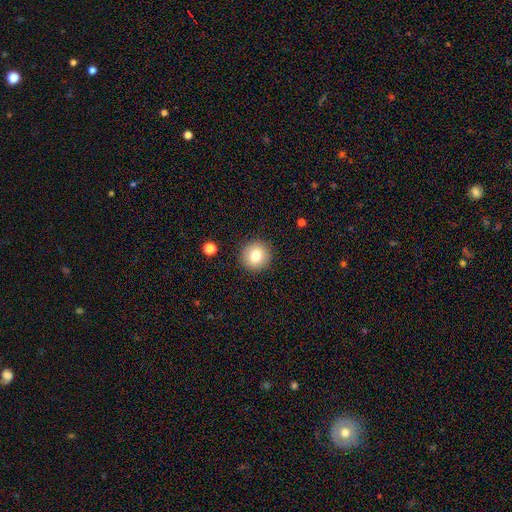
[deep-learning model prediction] smooth_or_featured: smooth (p=0.79) [alt: featured or disk p=0.11]
how_rounded: round (p=0.94) [alt: in between p=0.05]
merging: none (p=0.91) [alt: minor disturbance p=0.06]